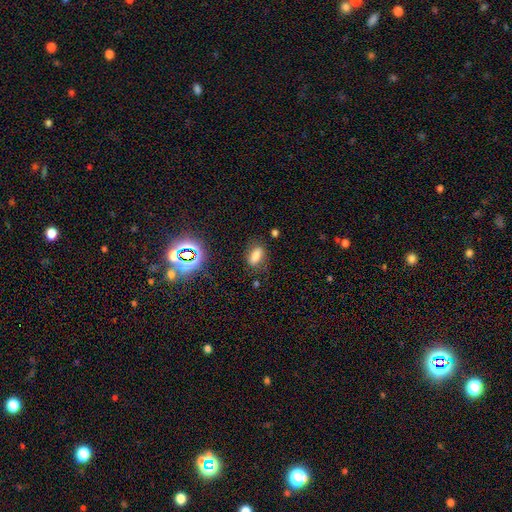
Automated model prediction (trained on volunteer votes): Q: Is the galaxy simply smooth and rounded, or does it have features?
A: smooth — 70%.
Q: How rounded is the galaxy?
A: in between — 83%.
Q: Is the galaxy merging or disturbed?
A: none — 76%.